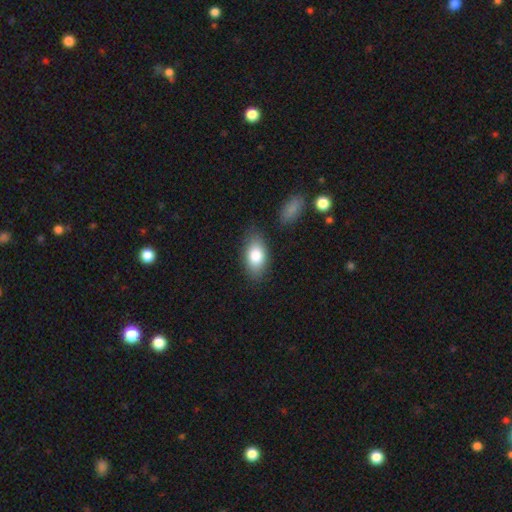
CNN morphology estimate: smooth 81%, featured or disk 12%, star or artifact 7%. Down the decision tree: how rounded — in between (91%); merging — none (80%).